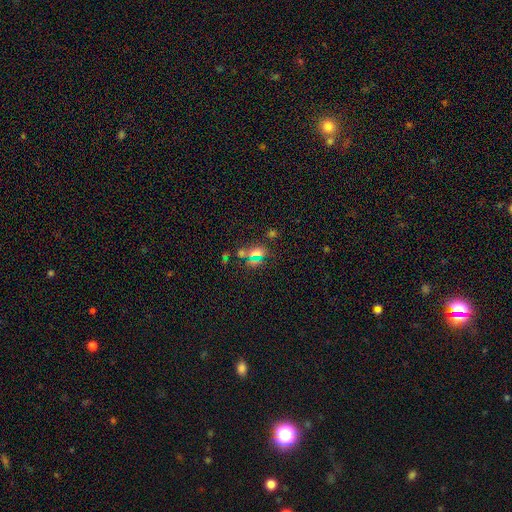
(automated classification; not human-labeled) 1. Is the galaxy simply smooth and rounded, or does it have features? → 45% smooth, 42% star or artifact, 13% featured or disk.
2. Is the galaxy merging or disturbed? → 63% none, 14% minor disturbance, 13% merger, 9% major disturbance.